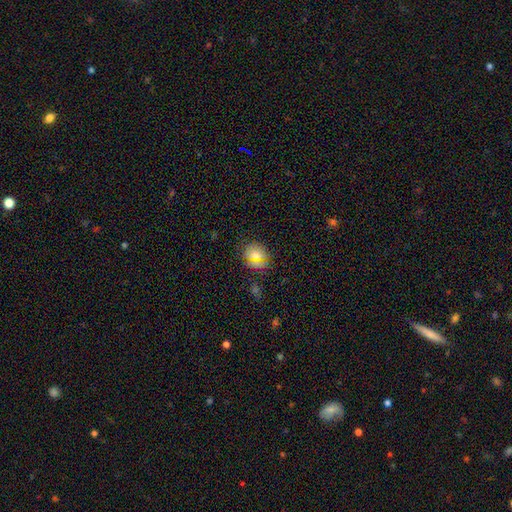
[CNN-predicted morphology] A smooth galaxy with no disk features (74%) that is round (77%). Merging: none (86%).